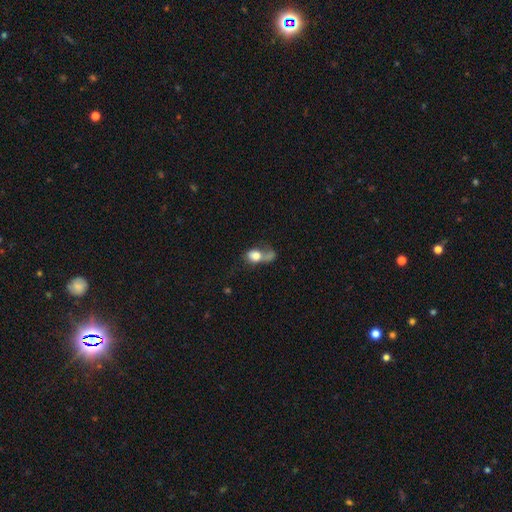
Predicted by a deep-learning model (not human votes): smooth_or_featured: smooth (p=0.72) [alt: featured or disk p=0.18]
how_rounded: in between (p=0.59) [alt: round p=0.39]
merging: merger (p=0.36) [alt: major disturbance p=0.29]